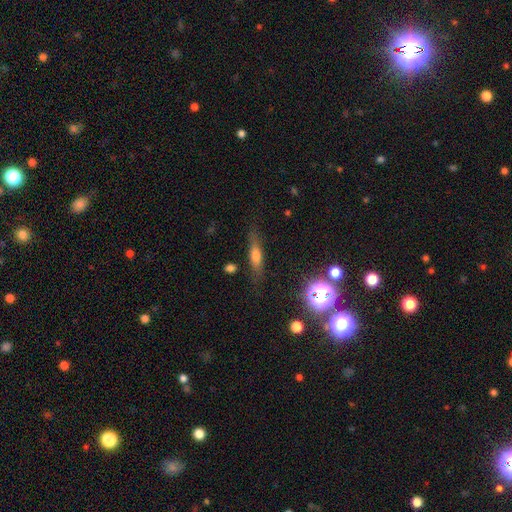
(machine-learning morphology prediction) Overall: smooth (54%; featured or disk 33%). How rounded: cigar-shaped (67%; in between 30%). Merging: none (76%).